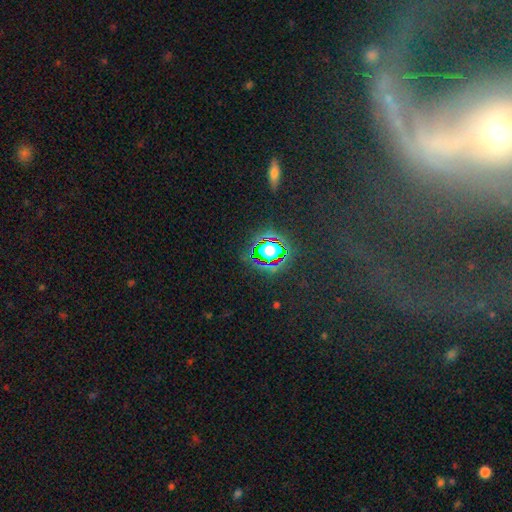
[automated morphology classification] smooth_or_featured: star or artifact (p=0.57) [alt: featured or disk p=0.24]